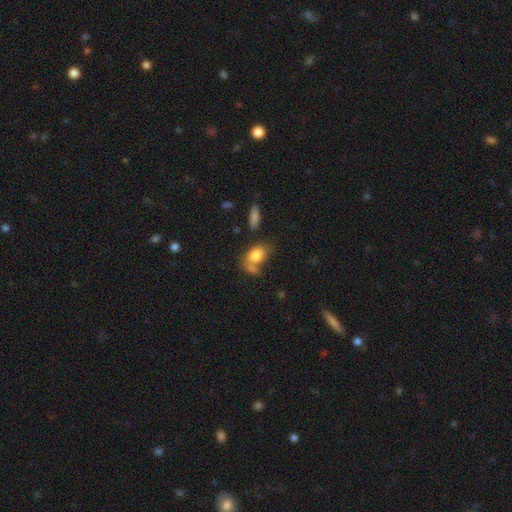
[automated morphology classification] Smooth or featured? Predicted: smooth (p=0.81). How rounded? Predicted: in between (p=0.75). Merging? Predicted: none (p=0.38).